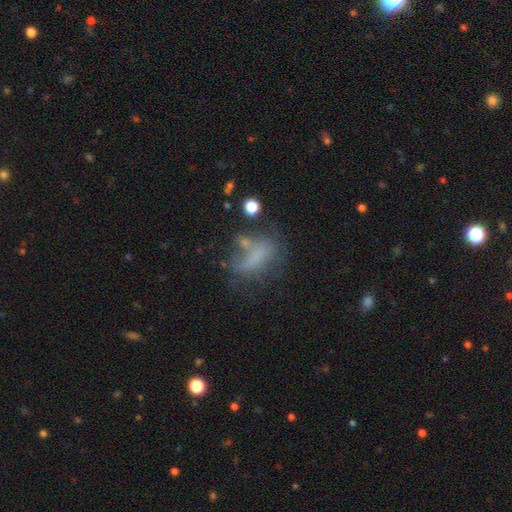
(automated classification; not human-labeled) Morphology: type=smooth (57%); roundness=in between (64%); merging=none (40%).